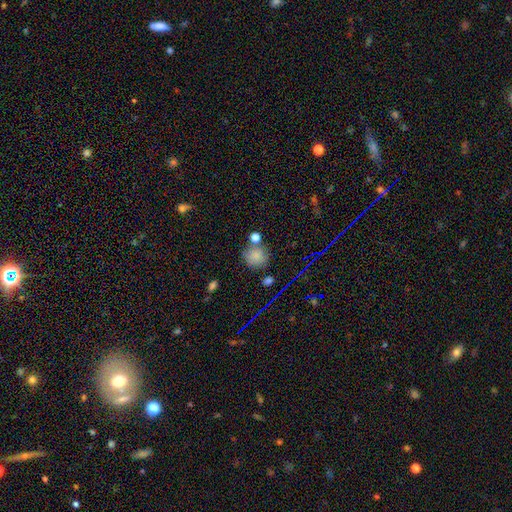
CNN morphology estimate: This appears to be a smooth galaxy with no disk features (77%) that is round (84%). Merging: none (66%).